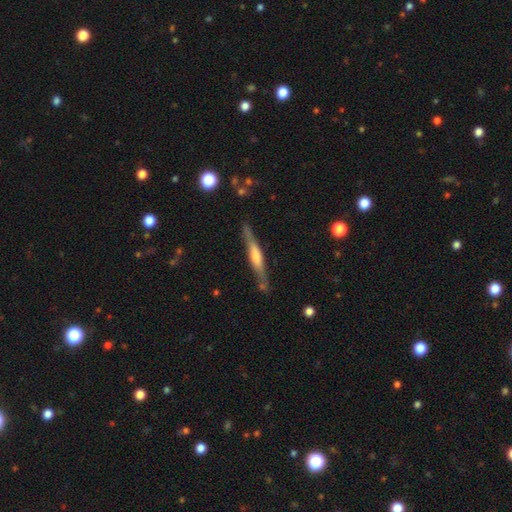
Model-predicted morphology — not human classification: Smooth or featured? Predicted: featured or disk (p=0.67). Edge-on disk? Predicted: yes (p=0.96). Edge-on bulge? Predicted: rounded (p=0.51). Merging? Predicted: none (p=0.82).